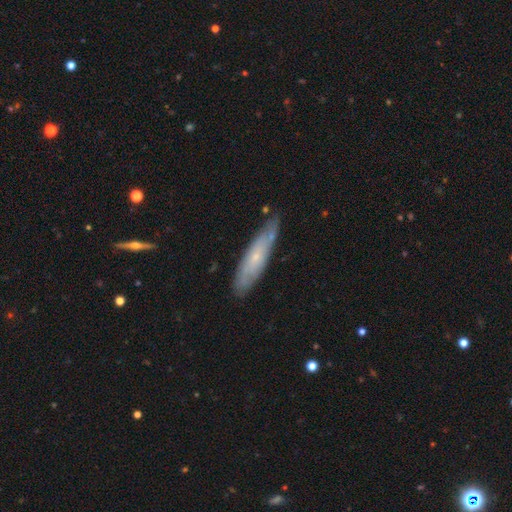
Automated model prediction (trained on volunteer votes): Smooth or featured?
  - featured or disk: 51% *
  - smooth: 36%
  - star or artifact: 13%
Edge-on disk?
  - yes: 58% *
  - no: 42%
Merging?
  - none: 81% *
  - minor disturbance: 15%
  - major disturbance: 3%
  - merger: 2%